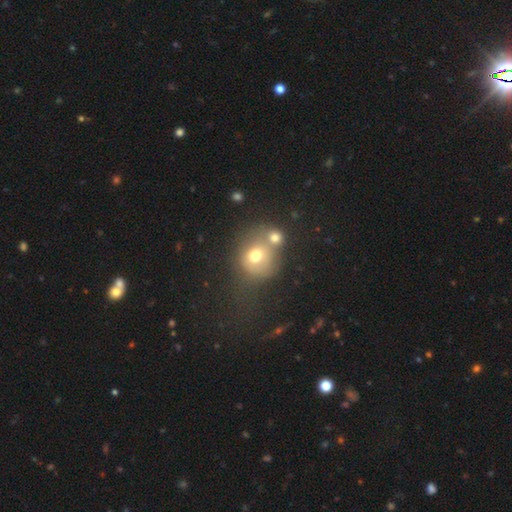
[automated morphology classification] Smooth or featured? Predicted: smooth (p=0.69). How rounded? Predicted: round (p=0.77). Merging? Predicted: merger (p=0.48).